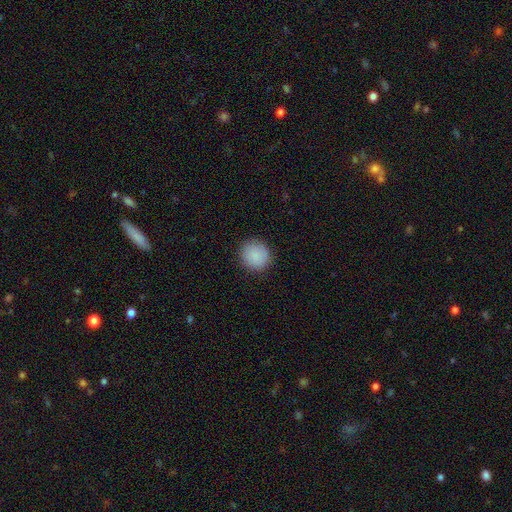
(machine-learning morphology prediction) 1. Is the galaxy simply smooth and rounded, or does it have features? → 89% smooth, 7% star or artifact, 4% featured or disk.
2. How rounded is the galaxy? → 92% round, 8% in between, 1% cigar-shaped.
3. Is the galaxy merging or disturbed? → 90% none, 7% minor disturbance, 2% major disturbance, 1% merger.